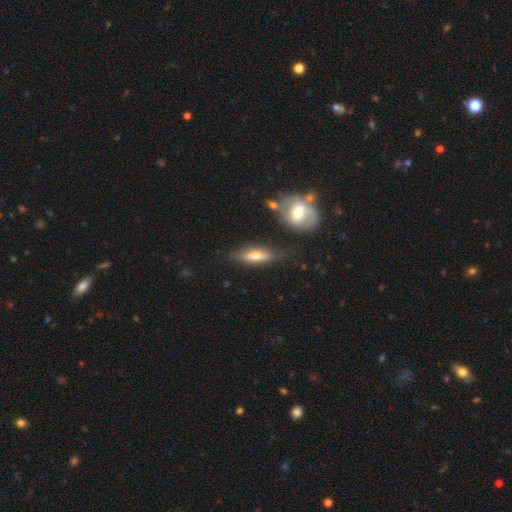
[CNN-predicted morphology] This appears to be a smooth galaxy with no disk features (51%) that is in between round and cigar-shaped (50%). Merging: none (65%).